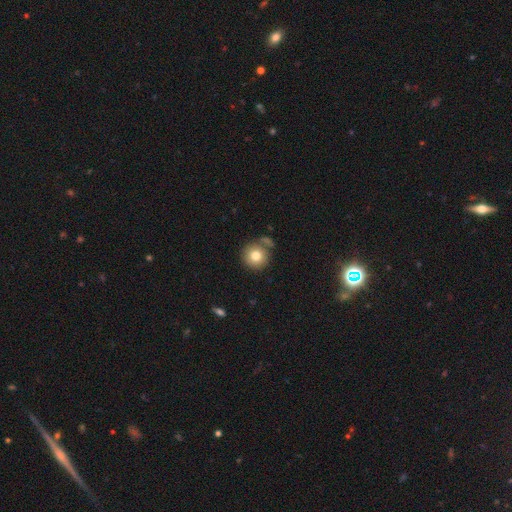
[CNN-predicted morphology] Q: Smooth or featured?
A: smooth (78%); runner-up: featured or disk (12%)
Q: How rounded?
A: round (93%); runner-up: in between (6%)
Q: Merging?
A: none (70%); runner-up: merger (13%)